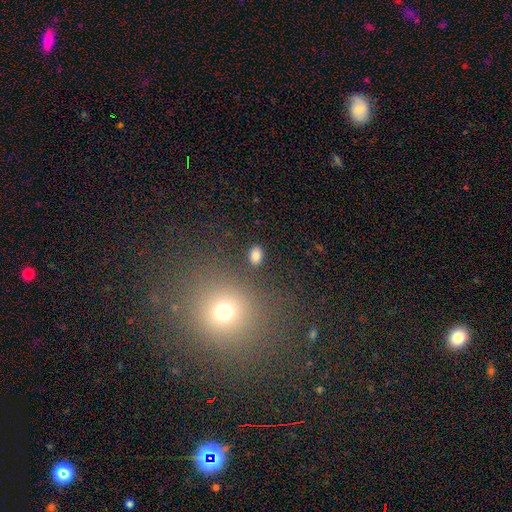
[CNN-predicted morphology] Overall: smooth (82%). How rounded: in between (78%). Merging: none (85%).